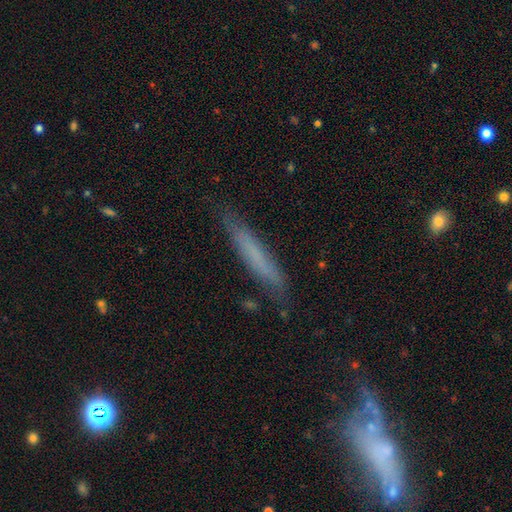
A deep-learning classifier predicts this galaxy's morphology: Overall: smooth (52%; featured or disk 38%). How rounded: cigar-shaped (93%). Merging: none (77%).